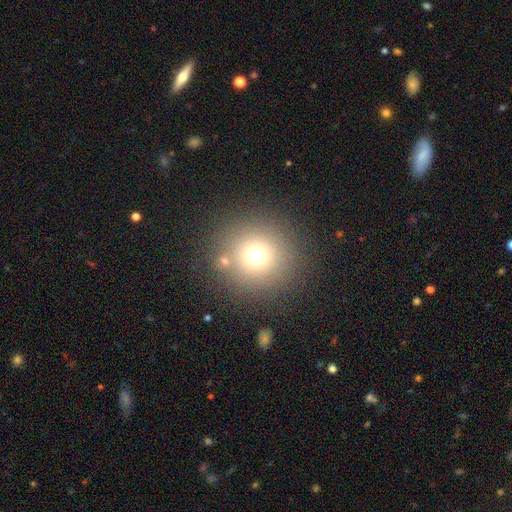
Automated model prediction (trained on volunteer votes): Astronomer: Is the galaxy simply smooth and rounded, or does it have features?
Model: smooth — 71%.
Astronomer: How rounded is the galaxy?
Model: round — 95%.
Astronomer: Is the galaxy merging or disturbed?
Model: none — 84%.